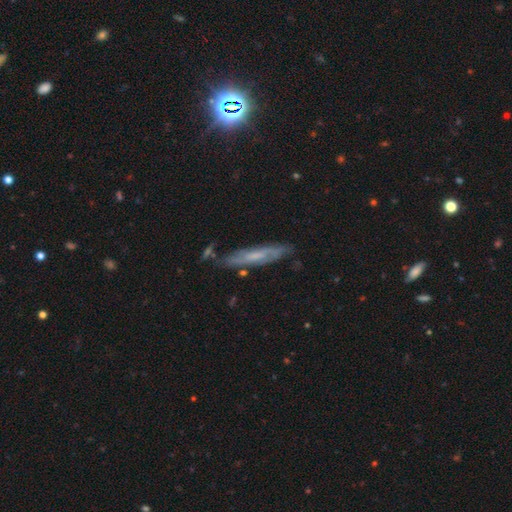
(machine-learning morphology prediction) A featured or disk galaxy (58%) viewed edge-on (59%). Merging: none (71%).